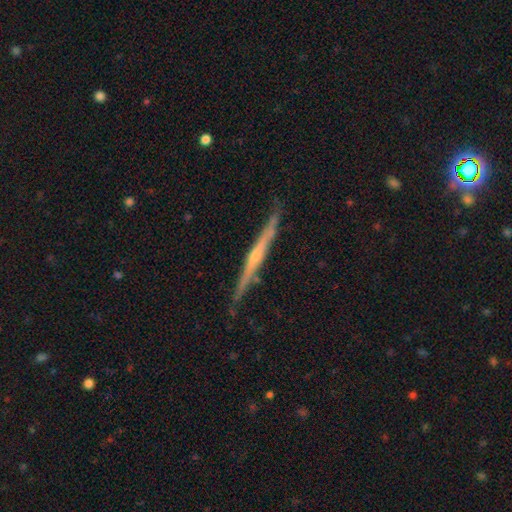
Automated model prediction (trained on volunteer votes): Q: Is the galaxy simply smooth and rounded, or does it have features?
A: featured or disk — 78%.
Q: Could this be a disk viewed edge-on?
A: yes — 97%.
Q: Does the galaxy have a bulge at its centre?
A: rounded — 57%.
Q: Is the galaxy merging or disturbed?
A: none — 84%.